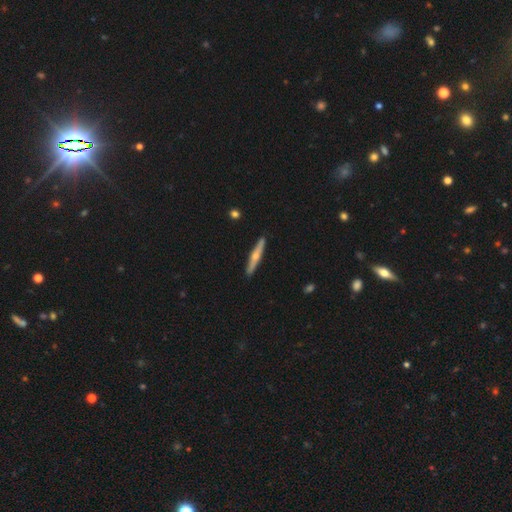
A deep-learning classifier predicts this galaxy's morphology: Smooth or featured? Predicted: featured or disk (p=0.54). Edge-on disk? Predicted: yes (p=0.96). Edge-on bulge? Predicted: rounded (p=0.83). Merging? Predicted: none (p=0.91).